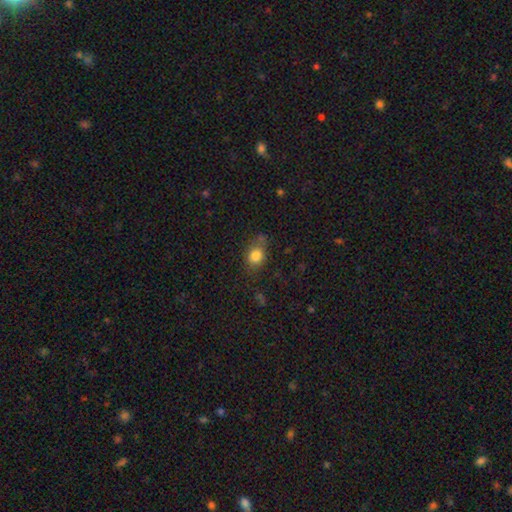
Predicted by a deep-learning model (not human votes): Smooth or featured? Predicted: smooth (p=0.82). How rounded? Predicted: in between (p=0.49, tied with round). Merging? Predicted: none (p=0.67).